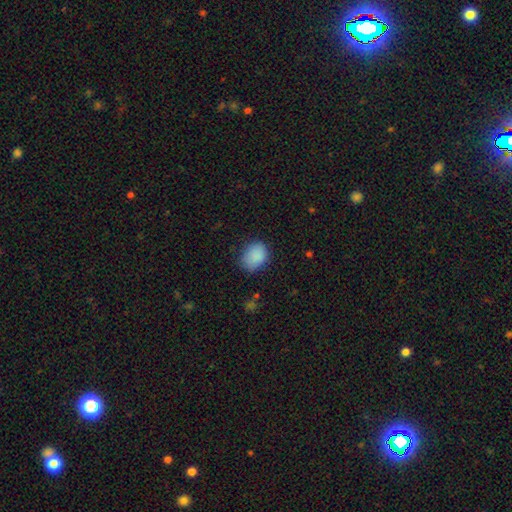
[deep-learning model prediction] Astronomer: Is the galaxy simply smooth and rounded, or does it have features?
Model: smooth — 87%.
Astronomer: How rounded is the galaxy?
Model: in between — 57% (runner-up: round, 42%).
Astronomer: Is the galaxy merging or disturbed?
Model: none — 73%.